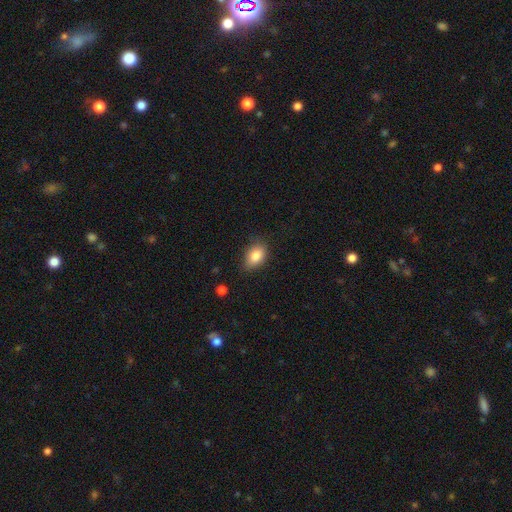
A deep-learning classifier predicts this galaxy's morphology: smooth_or_featured: smooth (p=0.84) [alt: star or artifact p=0.08]
how_rounded: in between (p=0.85) [alt: round p=0.14]
merging: none (p=0.75) [alt: minor disturbance p=0.20]